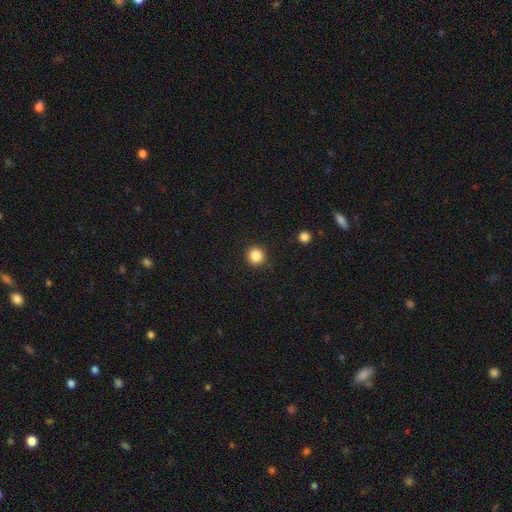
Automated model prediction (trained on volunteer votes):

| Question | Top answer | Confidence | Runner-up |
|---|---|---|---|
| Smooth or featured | smooth | 86% | star or artifact (10%) |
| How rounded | round | 93% | in between (6%) |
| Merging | none | 92% | minor disturbance (5%) |